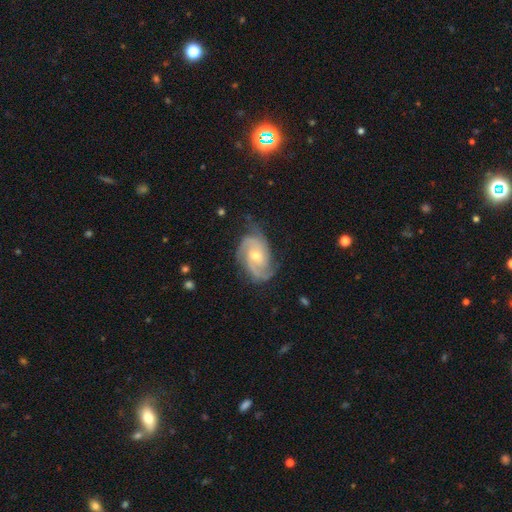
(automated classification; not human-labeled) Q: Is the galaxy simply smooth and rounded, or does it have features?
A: featured or disk — 88%.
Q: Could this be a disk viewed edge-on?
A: no — 97%.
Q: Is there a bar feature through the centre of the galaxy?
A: no — 57%.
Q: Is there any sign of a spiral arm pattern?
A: yes — 97%.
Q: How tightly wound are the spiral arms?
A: tight — 46%.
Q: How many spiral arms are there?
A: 3 — 39%.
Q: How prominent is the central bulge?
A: moderate — 50%.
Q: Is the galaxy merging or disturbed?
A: none — 70%.